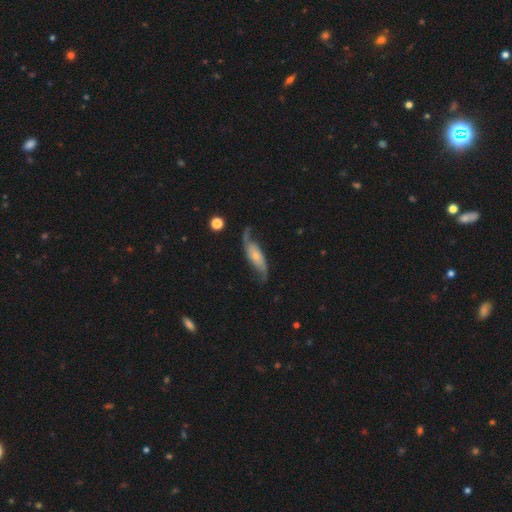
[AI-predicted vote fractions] Morphology: type=featured or disk (77%); edge-on=no (87%); bar=no (63%); spiral arms=yes (93%); winding=loose (75%); arm count=2 (90%); bulge=small (61%); merging=none (65%).